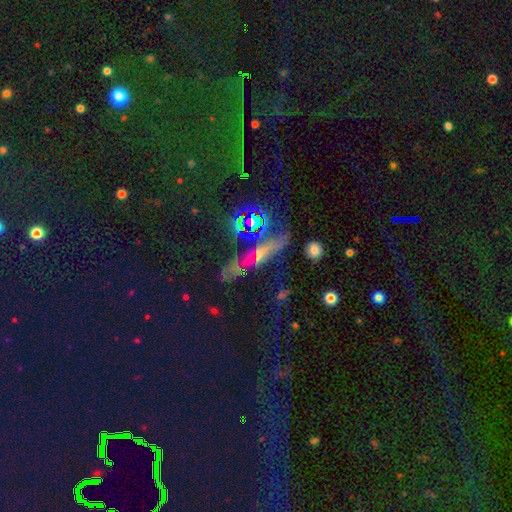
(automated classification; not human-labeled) star or artifact 43%, featured or disk 31%, smooth 26%.